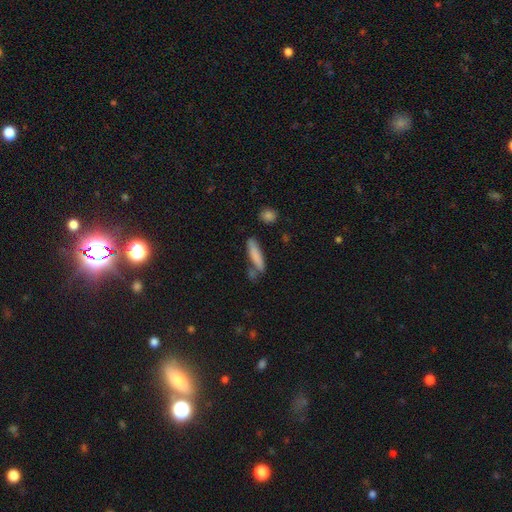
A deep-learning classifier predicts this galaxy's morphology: Smooth or featured?
  - smooth: 80% *
  - featured or disk: 13%
  - star or artifact: 7%
How rounded?
  - cigar-shaped: 80% *
  - in between: 18%
  - round: 2%
Merging?
  - none: 66% *
  - minor disturbance: 17%
  - merger: 12%
  - major disturbance: 5%